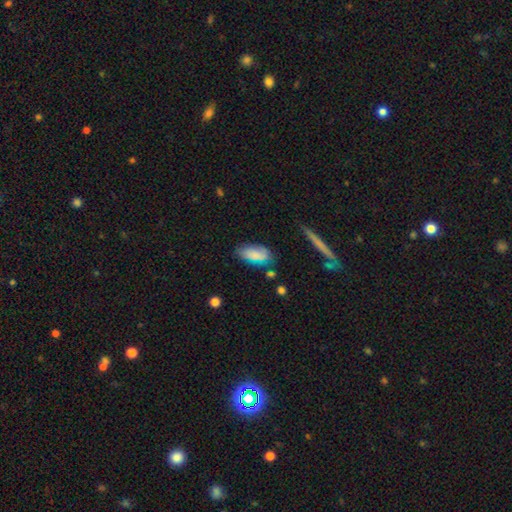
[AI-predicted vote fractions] Morphology: type=smooth (76%); roundness=in between (87%); merging=none (63%).